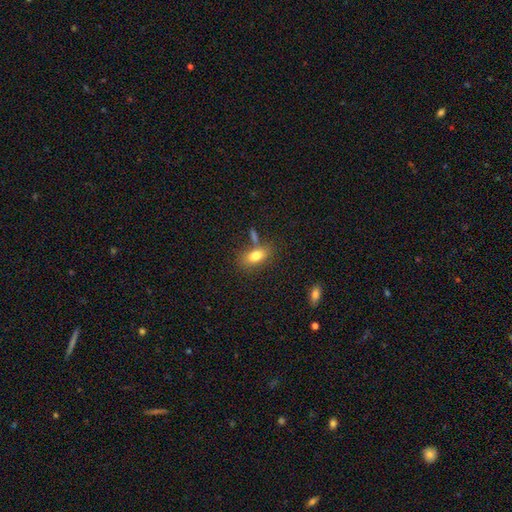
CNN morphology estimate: smooth_or_featured: smooth (p=0.79) [alt: featured or disk p=0.13]
how_rounded: in between (p=0.85) [alt: round p=0.08]
merging: none (p=0.67) [alt: minor disturbance p=0.15]